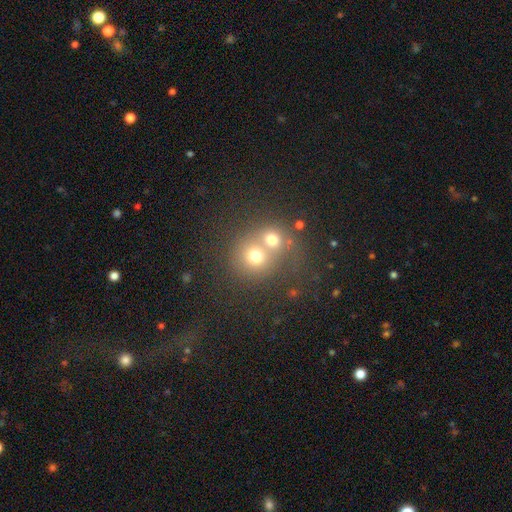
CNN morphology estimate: A smooth galaxy with no disk features (67%) that is round (84%).

Vote fractions:
- Smooth or featured? smooth: 67% / featured or disk: 17% / star or artifact: 15%
- How rounded? round: 84% / in between: 15% / cigar-shaped: 1%
- Merging? merger: 58% / none: 33% / minor disturbance: 6% / major disturbance: 4%